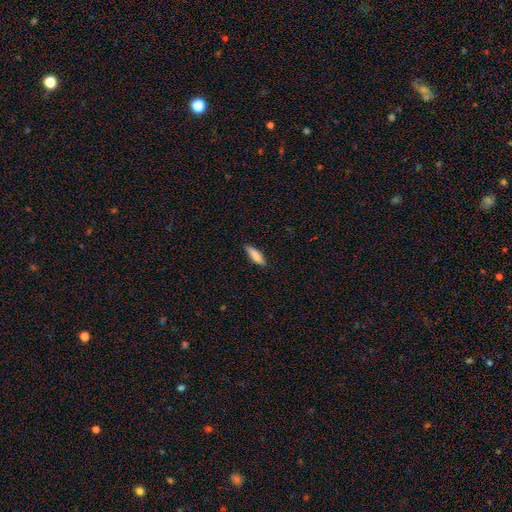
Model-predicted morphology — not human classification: Smooth or featured: smooth — 85% (featured or disk — 9%)
How rounded: cigar-shaped — 57% (in between — 41%)
Merging: none — 84% (minor disturbance — 13%)